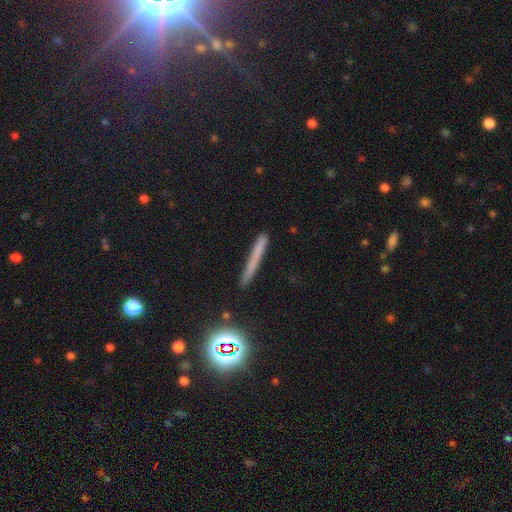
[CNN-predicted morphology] This is possibly a smooth galaxy (59%). How rounded: clearly cigar-shaped (94%). Merging: clearly none (86%).